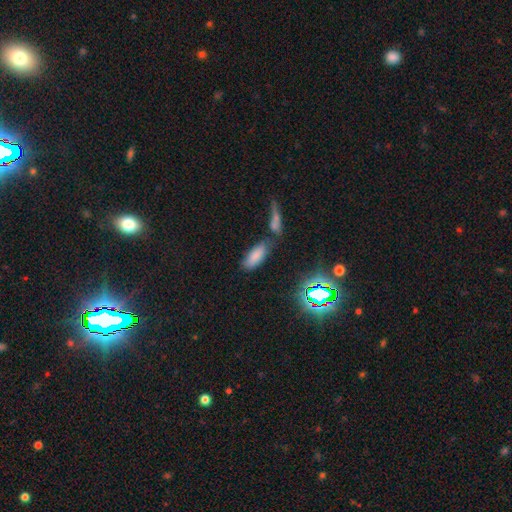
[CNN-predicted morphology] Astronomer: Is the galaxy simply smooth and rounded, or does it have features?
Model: smooth — 78%.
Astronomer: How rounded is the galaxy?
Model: in between — 79%.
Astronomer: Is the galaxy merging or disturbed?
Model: none — 60%.